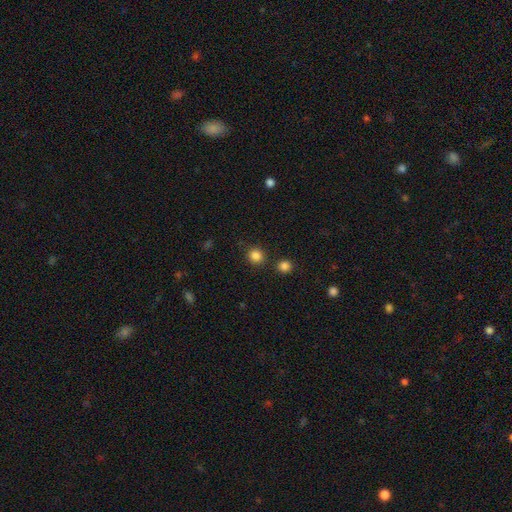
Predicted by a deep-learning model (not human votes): Q: Smooth or featured?
A: smooth (84%); runner-up: star or artifact (12%)
Q: How rounded?
A: round (92%); runner-up: in between (7%)
Q: Merging?
A: none (87%); runner-up: minor disturbance (6%)